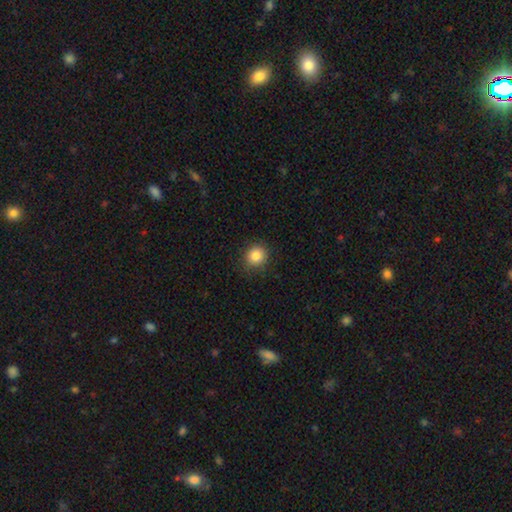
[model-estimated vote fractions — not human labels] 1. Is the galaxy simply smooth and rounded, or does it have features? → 85% smooth, 10% star or artifact, 5% featured or disk.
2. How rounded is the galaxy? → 89% round, 10% in between, 1% cigar-shaped.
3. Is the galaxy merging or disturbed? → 87% none, 9% minor disturbance, 3% major disturbance, 1% merger.